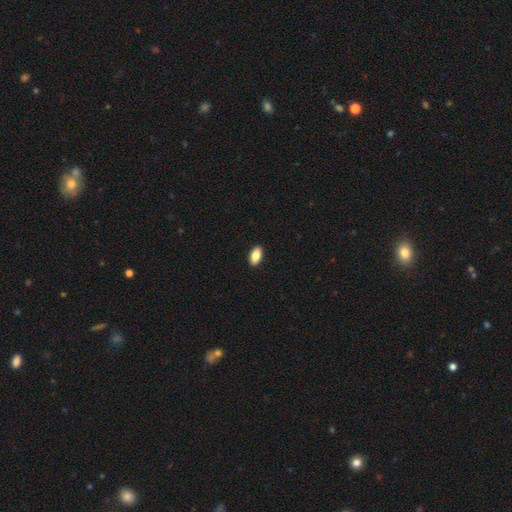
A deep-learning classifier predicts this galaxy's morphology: Smooth or featured? smooth (84%)
How rounded? in between (92%)
Merging? none (91%)